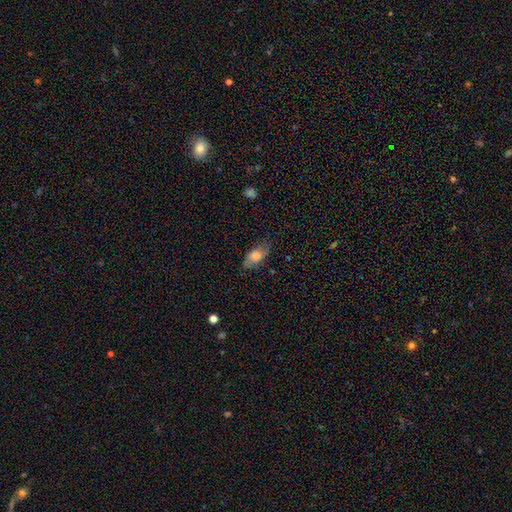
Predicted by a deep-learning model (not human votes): Smooth or featured? Predicted: smooth (p=0.69). How rounded? Predicted: in between (p=0.85). Merging? Predicted: none (p=0.70).